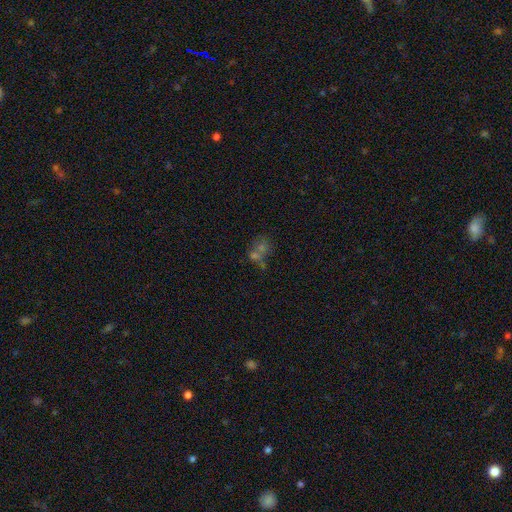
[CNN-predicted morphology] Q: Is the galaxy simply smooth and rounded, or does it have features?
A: smooth — 44%.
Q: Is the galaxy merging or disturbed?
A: merger — 44%.